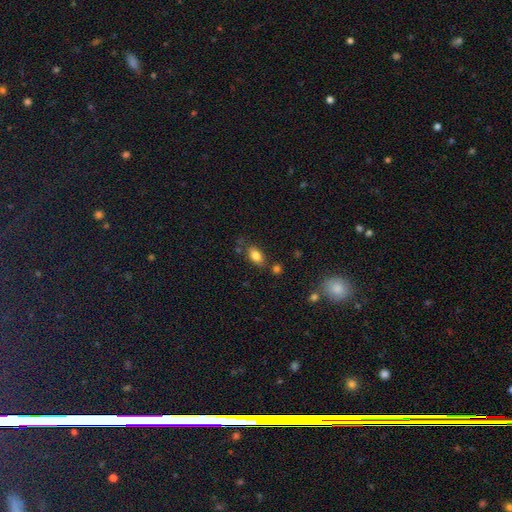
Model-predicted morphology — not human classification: smooth-or-featured: smooth: 82% | featured or disk: 9% | star or artifact: 9%
  how-rounded: in between: 87% | round: 9% | cigar-shaped: 4%
  merging: none: 72% | minor disturbance: 15% | merger: 9% | major disturbance: 4%